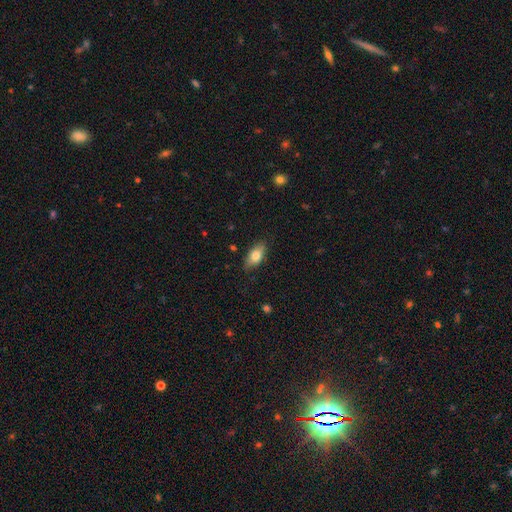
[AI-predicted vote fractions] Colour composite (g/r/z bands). It shows a smooth galaxy with no disk features (77%) that is in between round and cigar-shaped (87%). Merging: none (81%).